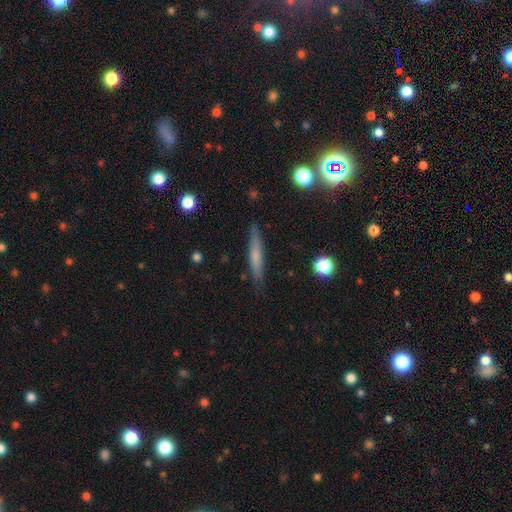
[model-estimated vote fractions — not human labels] This is possibly a smooth galaxy (58%). How rounded: clearly cigar-shaped (92%). Merging: clearly none (86%).